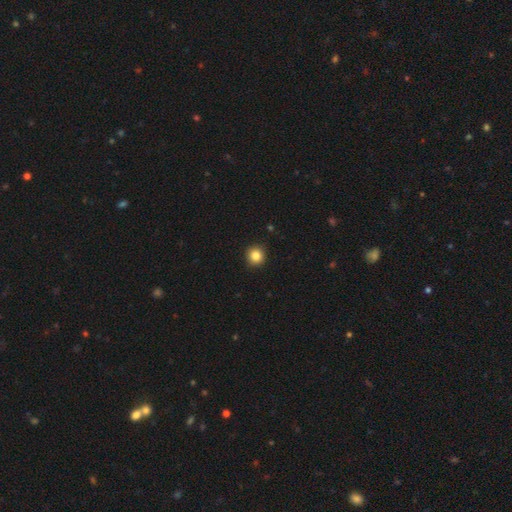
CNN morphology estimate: Q: Smooth or featured?
A: smooth (85%); runner-up: star or artifact (11%)
Q: How rounded?
A: round (94%); runner-up: in between (5%)
Q: Merging?
A: none (93%); runner-up: minor disturbance (5%)